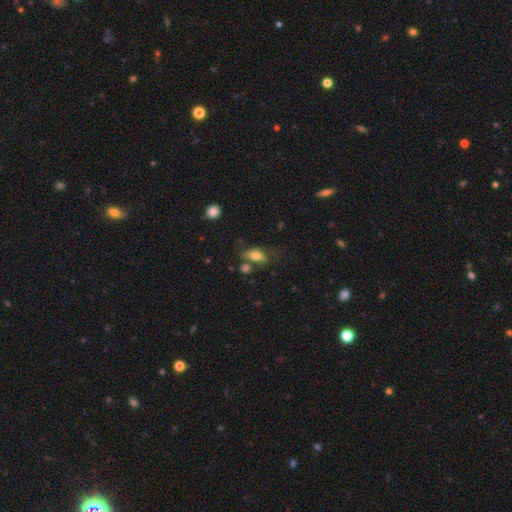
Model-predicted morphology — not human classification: Smooth or featured? smooth (76%)
How rounded? in between (84%)
Merging? none (48%)